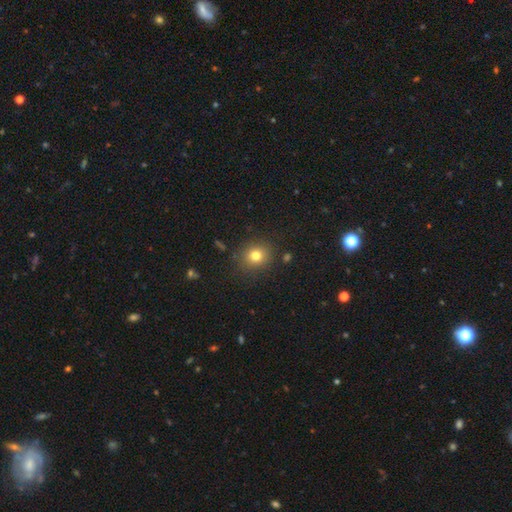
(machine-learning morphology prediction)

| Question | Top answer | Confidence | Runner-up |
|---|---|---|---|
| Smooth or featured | smooth | 77% | star or artifact (14%) |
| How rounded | round | 83% | in between (16%) |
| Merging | none | 86% | minor disturbance (8%) |